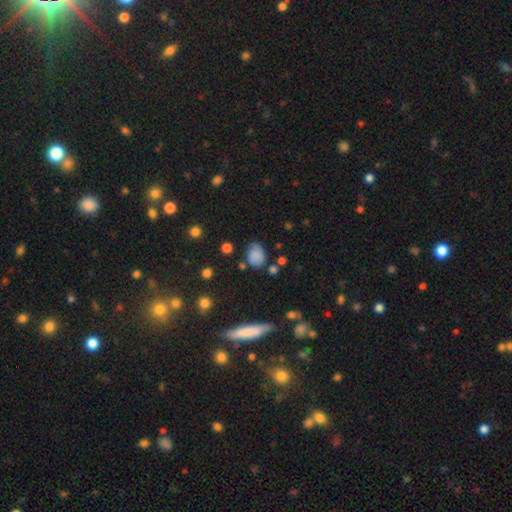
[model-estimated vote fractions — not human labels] smooth 75%, featured or disk 13%, star or artifact 11%. Down the decision tree: how rounded — in between (62%); merging — none (57%).